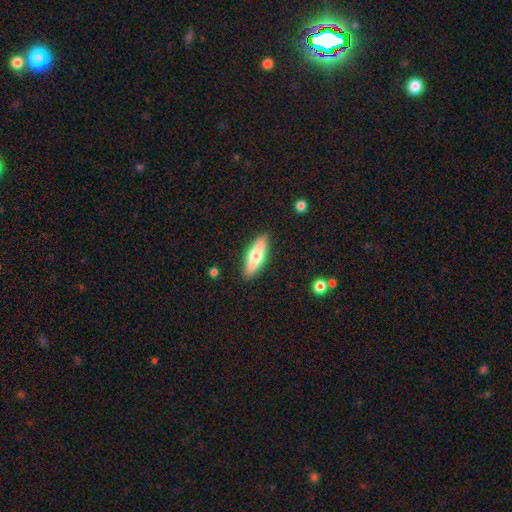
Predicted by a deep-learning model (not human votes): A smooth galaxy with no disk features (61%) that is cigar-shaped (50%).

Vote fractions:
- Smooth or featured? smooth: 61% / featured or disk: 33% / star or artifact: 6%
- How rounded? cigar-shaped: 50% / in between: 48% / round: 2%
- Merging? none: 88% / minor disturbance: 8% / major disturbance: 2% / merger: 1%